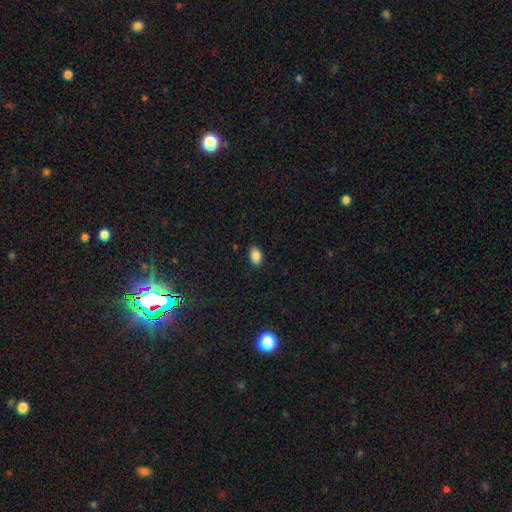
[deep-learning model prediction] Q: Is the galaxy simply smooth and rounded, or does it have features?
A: smooth — 88%.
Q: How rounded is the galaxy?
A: in between — 90%.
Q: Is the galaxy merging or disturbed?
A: none — 87%.